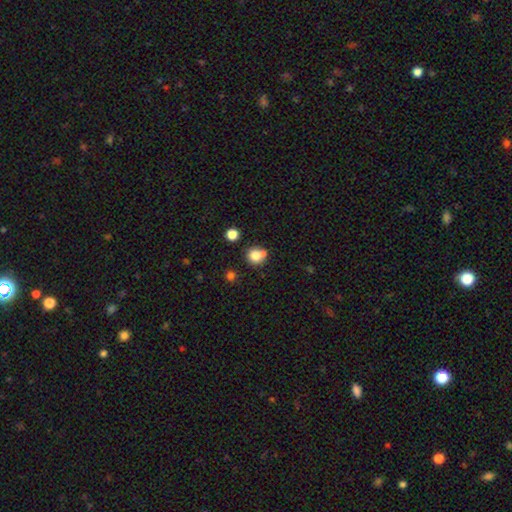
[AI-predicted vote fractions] This appears to be a smooth galaxy with no disk features (79%) that is round (86%). Merging: none (57%).